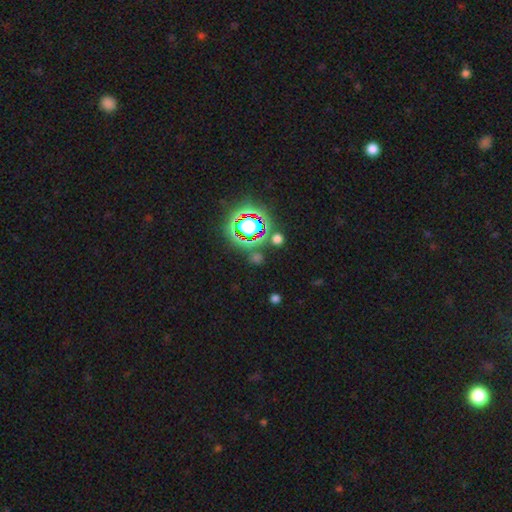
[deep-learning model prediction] The model was most divided on "smooth or featured": star or artifact: 65%, smooth: 26%, featured or disk: 10%.